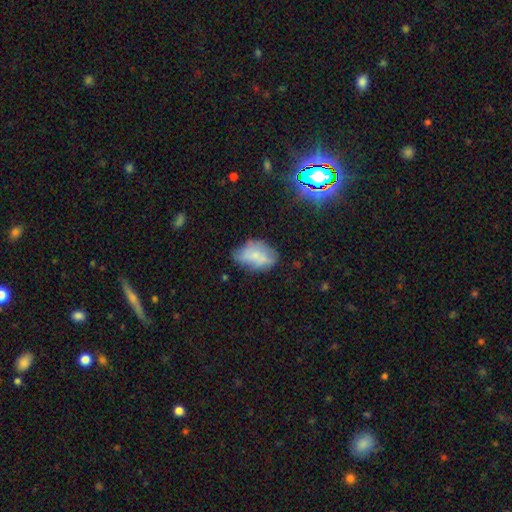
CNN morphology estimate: smooth 57%, featured or disk 32%, star or artifact 10%. Down the decision tree: how rounded — in between (85%); merging — none (49%).